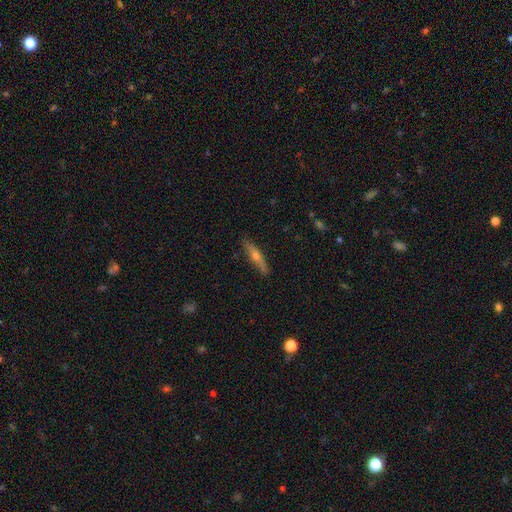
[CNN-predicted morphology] Smooth or featured: featured or disk — 55% (smooth — 38%)
Edge-on disk: yes — 92% (no — 8%)
Edge-on bulge: rounded — 88% (none — 9%)
Merging: none — 86% (minor disturbance — 11%)